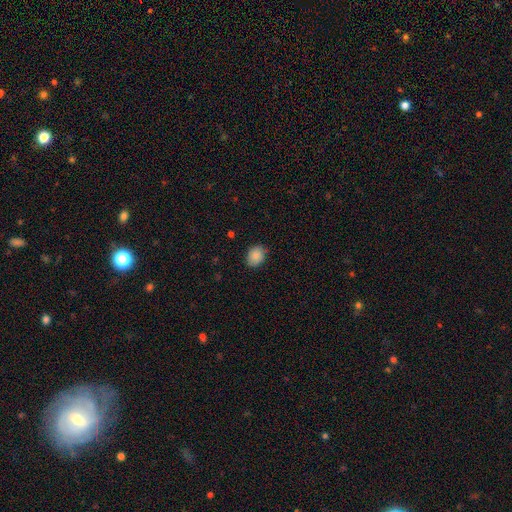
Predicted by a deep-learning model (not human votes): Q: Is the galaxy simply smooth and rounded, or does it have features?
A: smooth — 87%.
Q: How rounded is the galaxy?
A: in between — 58%.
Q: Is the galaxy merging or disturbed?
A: none — 82%.